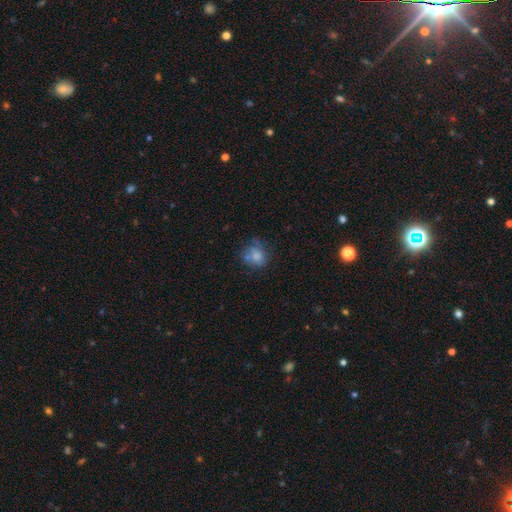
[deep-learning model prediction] This is likely a smooth galaxy (70%). How rounded: likely round (64%). Merging: possibly none (50%).